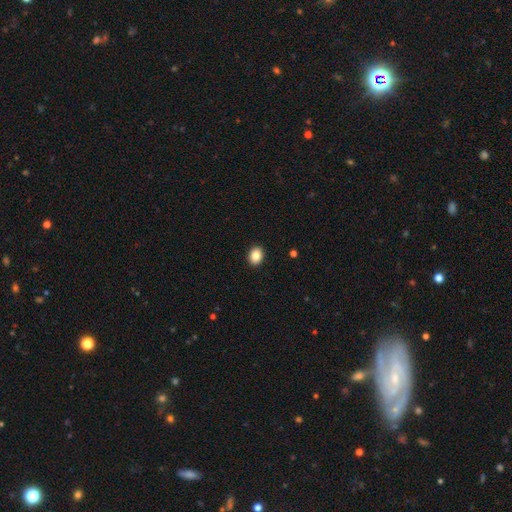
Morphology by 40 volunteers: Smooth or featured? 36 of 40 (90%) said smooth. How rounded? 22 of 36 (61%) said in between. Merging? 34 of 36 (94%) said none.